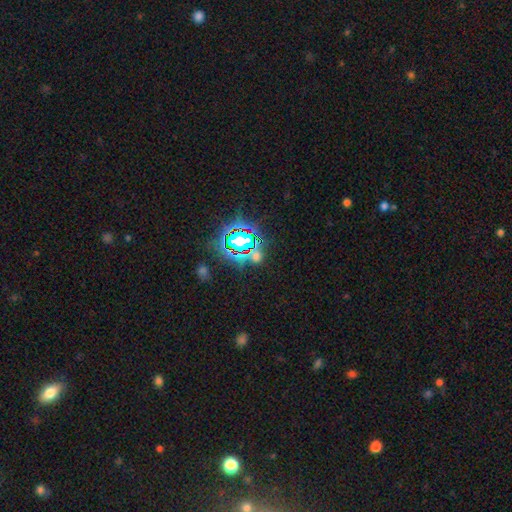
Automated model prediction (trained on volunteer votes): A star or artifact, not a galaxy (65%).

Vote fractions:
- Smooth or featured? star or artifact: 65% / smooth: 26% / featured or disk: 9%